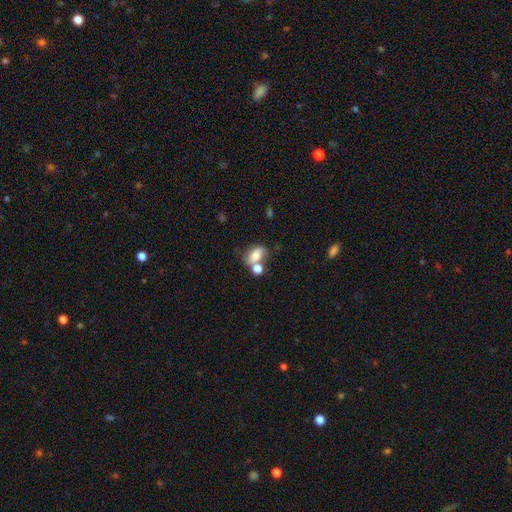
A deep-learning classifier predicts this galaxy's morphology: Smooth or featured? smooth (71%)
How rounded? in between (80%)
Merging? merger (39%)